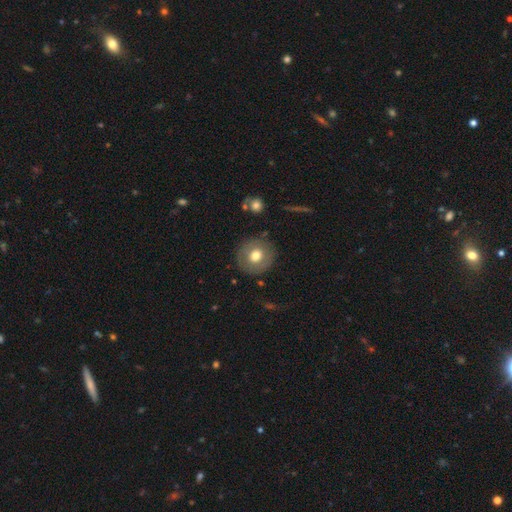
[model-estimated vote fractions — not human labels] This appears to be a smooth galaxy with no disk features (68%) that is round (92%). Merging: none (86%).